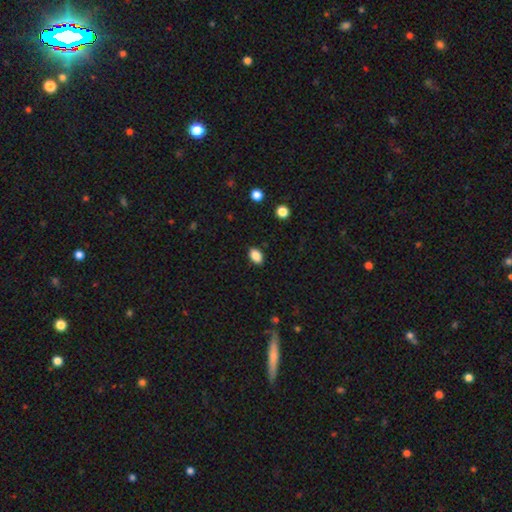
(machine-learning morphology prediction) Smooth or featured? smooth (86%)
How rounded? in between (86%)
Merging? none (88%)